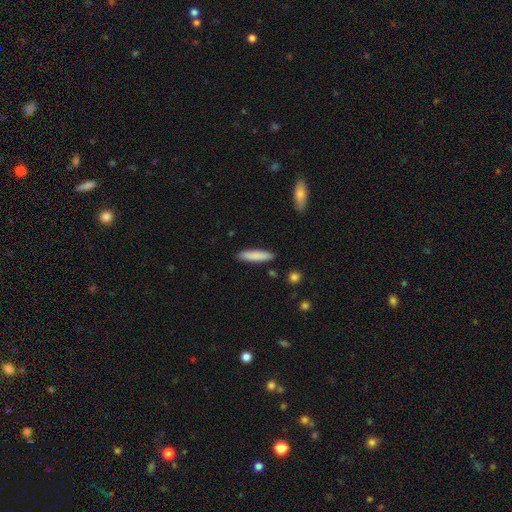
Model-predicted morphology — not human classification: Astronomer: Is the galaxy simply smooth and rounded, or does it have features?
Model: smooth — 85%.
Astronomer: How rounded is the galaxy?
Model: cigar-shaped — 77%.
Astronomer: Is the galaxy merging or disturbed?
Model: none — 88%.